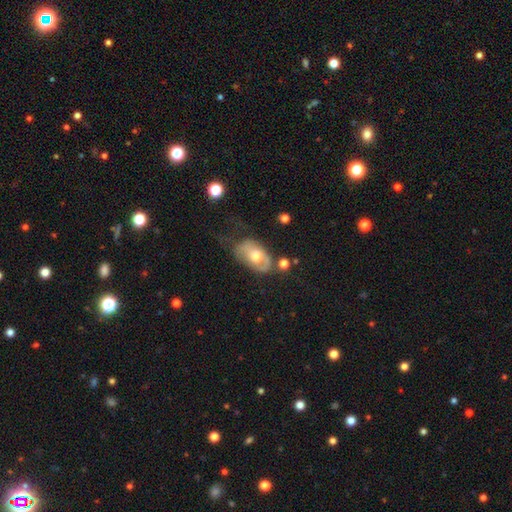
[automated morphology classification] This is possibly a smooth galaxy (47%). Merging: marginally none (35%).